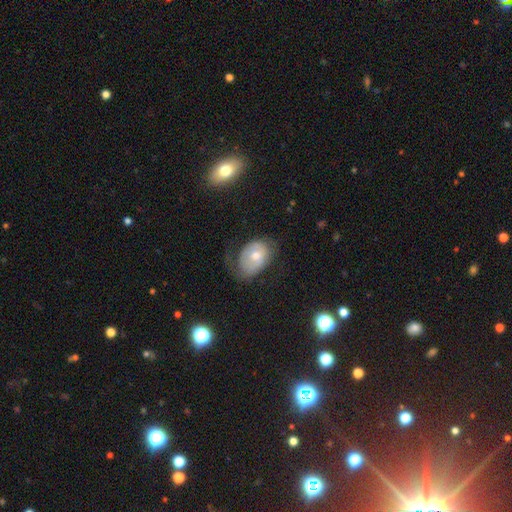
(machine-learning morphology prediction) smooth_or_featured: smooth (p=0.57) [alt: featured or disk p=0.36]
how_rounded: in between (p=0.80) [alt: round p=0.19]
merging: none (p=0.43) [alt: minor disturbance p=0.30]